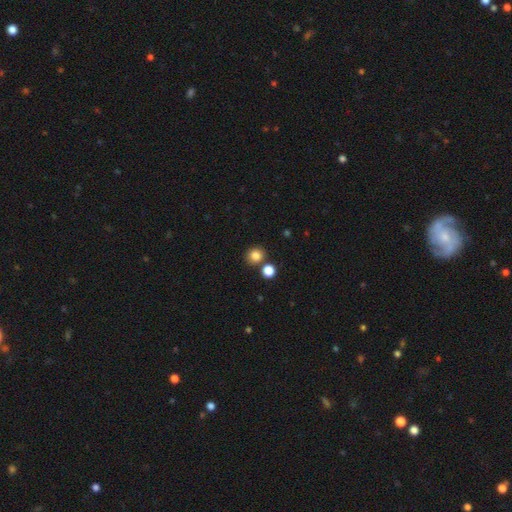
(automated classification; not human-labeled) Smooth or featured: smooth — 83% (star or artifact — 12%)
How rounded: round — 84% (in between — 15%)
Merging: none — 76% (merger — 14%)